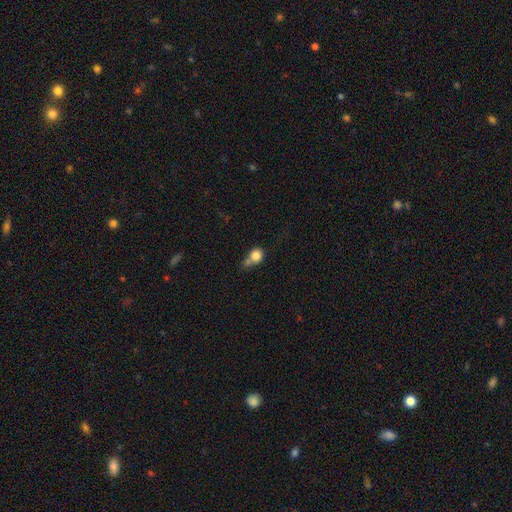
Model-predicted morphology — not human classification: This is likely a smooth galaxy (80%). How rounded: likely round (75%). Merging: marginally merger (36%).